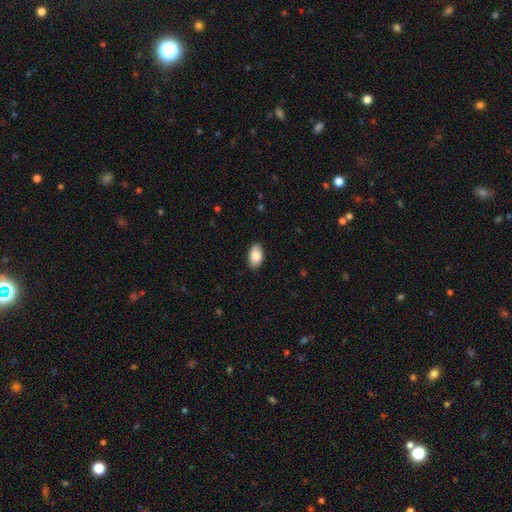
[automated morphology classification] This is clearly a smooth galaxy (86%). How rounded: clearly in between (94%). Merging: clearly none (87%).